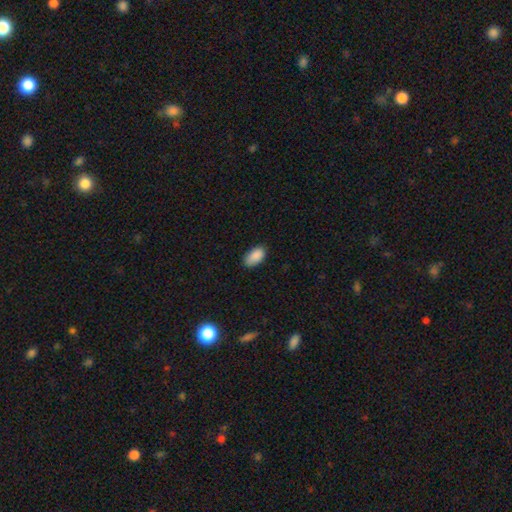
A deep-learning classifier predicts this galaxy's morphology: Q: Smooth or featured?
A: smooth (89%); runner-up: star or artifact (7%)
Q: How rounded?
A: in between (94%); runner-up: round (4%)
Q: Merging?
A: none (77%); runner-up: minor disturbance (19%)